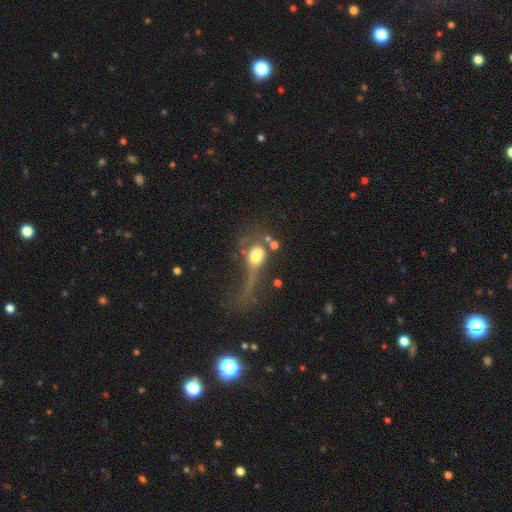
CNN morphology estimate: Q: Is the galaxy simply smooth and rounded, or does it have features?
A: smooth — 57%.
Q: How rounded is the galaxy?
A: in between — 65%.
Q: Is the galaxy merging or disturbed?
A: major disturbance — 54%.